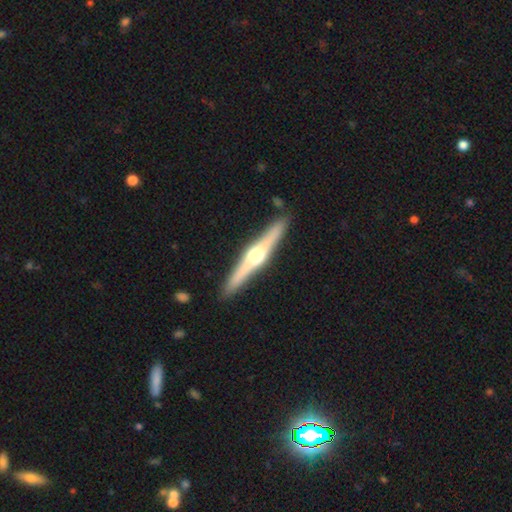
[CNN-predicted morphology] A featured or disk galaxy (76%) viewed edge-on (98%) with a rounded central bulge (93%).

Vote fractions:
- Smooth or featured? featured or disk: 76% / smooth: 19% / star or artifact: 5%
- Edge-on disk? yes: 98% / no: 2%
- Edge-on bulge? rounded: 93% / boxy: 4% / none: 2%
- Merging? none: 90% / minor disturbance: 7% / merger: 2% / major disturbance: 1%